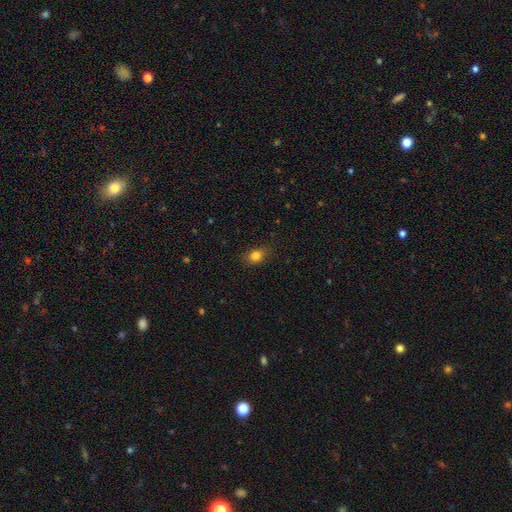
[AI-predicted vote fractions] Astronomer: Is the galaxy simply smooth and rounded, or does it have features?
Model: smooth — 82%.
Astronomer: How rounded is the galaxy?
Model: in between — 55% (runner-up: round, 44%).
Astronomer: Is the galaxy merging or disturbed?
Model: none — 82%.